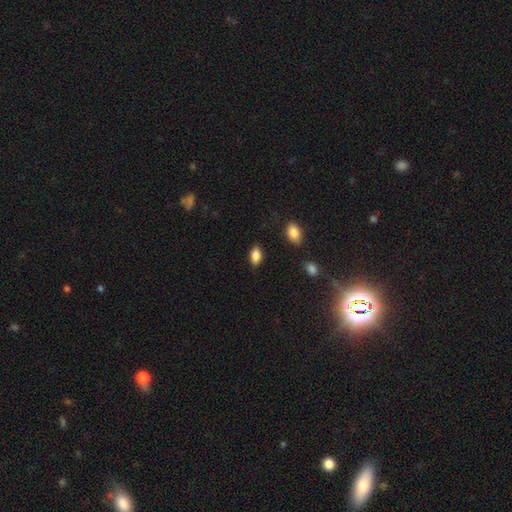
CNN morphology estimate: Q: Smooth or featured?
A: smooth (85%); runner-up: star or artifact (8%)
Q: How rounded?
A: in between (91%); runner-up: round (5%)
Q: Merging?
A: none (86%); runner-up: minor disturbance (9%)